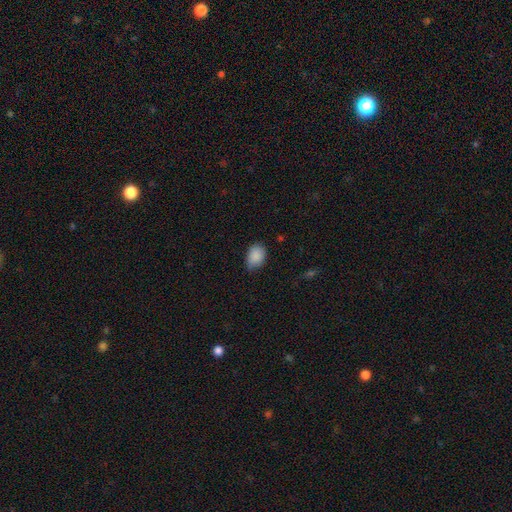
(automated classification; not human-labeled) Overall: smooth (88%). How rounded: in between (78%). Merging: none (66%; minor disturbance 29%).